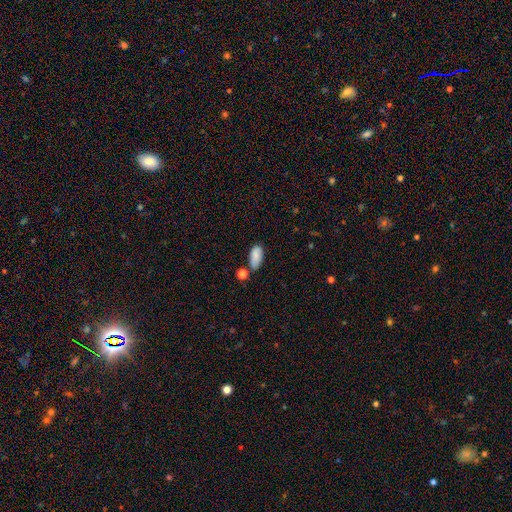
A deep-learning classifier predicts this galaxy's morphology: smooth 85%, star or artifact 8%, featured or disk 7%. Down the decision tree: how rounded — in between (91%); merging — none (63%).